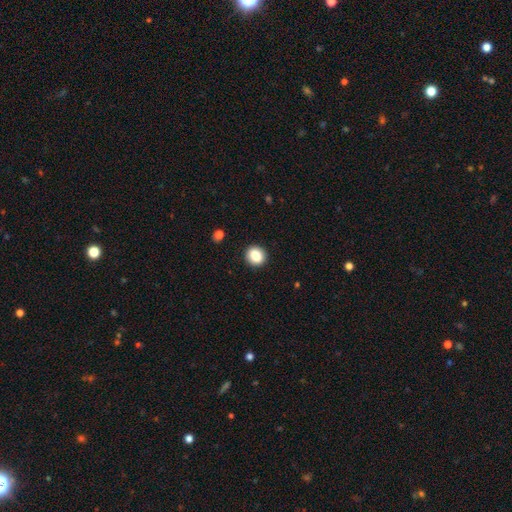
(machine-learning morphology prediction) Smooth or featured?
  - smooth: 86% *
  - star or artifact: 9%
  - featured or disk: 5%
How rounded?
  - round: 79% *
  - in between: 20%
  - cigar-shaped: 1%
Merging?
  - none: 91% *
  - minor disturbance: 6%
  - major disturbance: 2%
  - merger: 1%